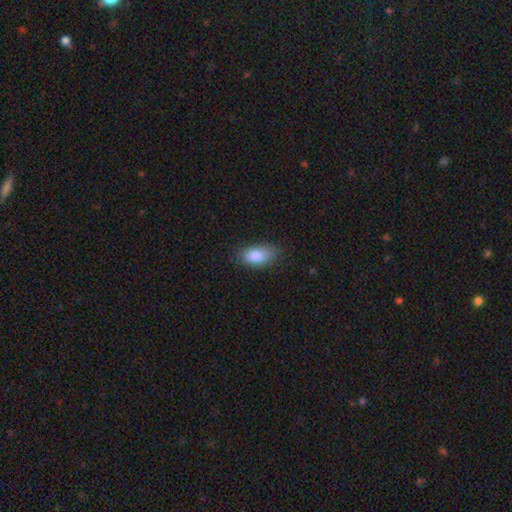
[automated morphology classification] Smooth or featured: smooth — 86% (star or artifact — 7%)
How rounded: in between — 91% (round — 5%)
Merging: none — 77% (minor disturbance — 18%)